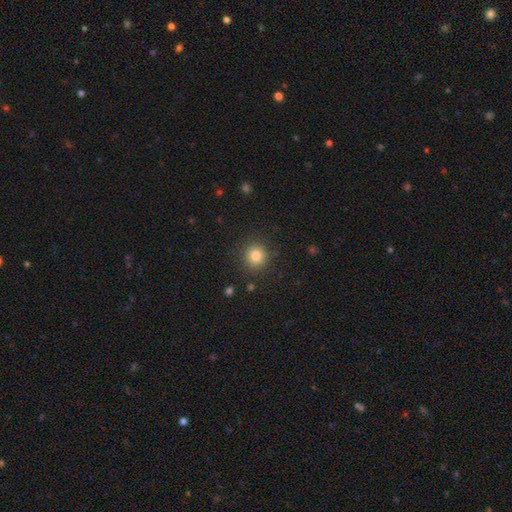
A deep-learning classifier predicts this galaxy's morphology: smooth_or_featured: smooth (p=0.82) [alt: star or artifact p=0.12]
how_rounded: round (p=0.91) [alt: in between p=0.08]
merging: none (p=0.88) [alt: minor disturbance p=0.07]